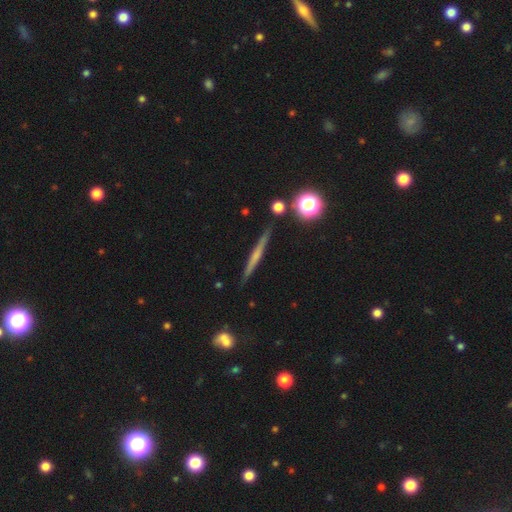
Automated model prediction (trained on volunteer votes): Overall: featured or disk (56%; smooth 34%). Edge-on disk: yes (97%). Edge-on bulge: none (63%; rounded 28%). Merging: none (89%).